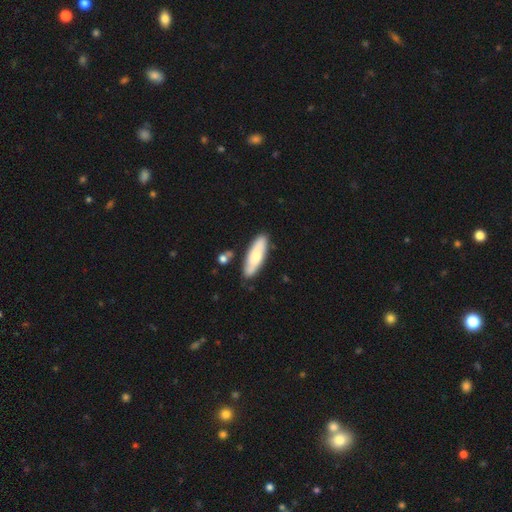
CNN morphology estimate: type=smooth (68%); roundness=cigar-shaped (51%); merging=none (80%).